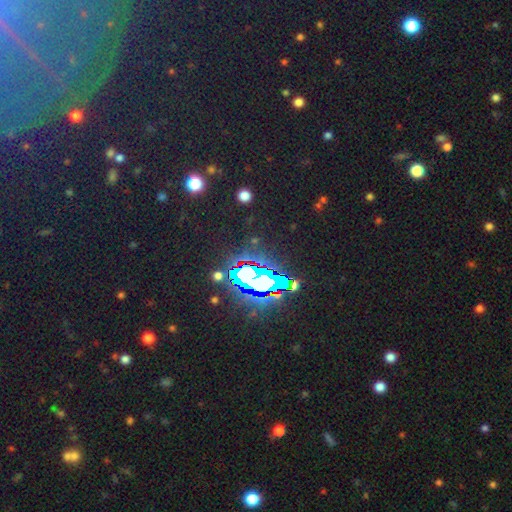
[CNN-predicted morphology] Overall: star or artifact (76%).